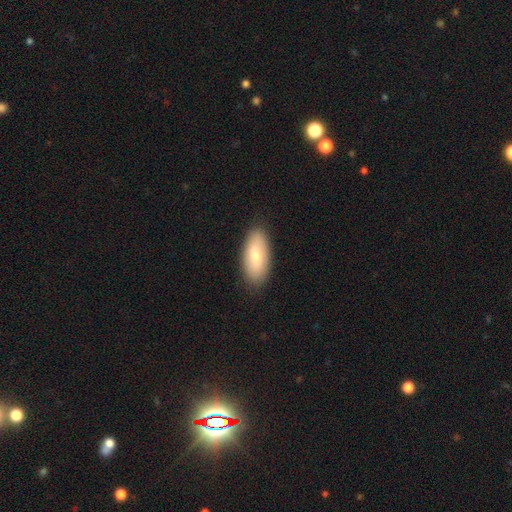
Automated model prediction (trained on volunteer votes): This appears to be a smooth galaxy with no disk features (73%) that is in between round and cigar-shaped (88%). Merging: none (87%).